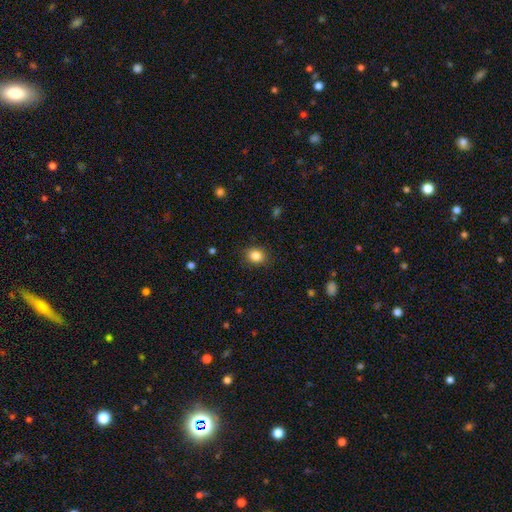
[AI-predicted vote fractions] Smooth or featured?
  - smooth: 85% *
  - star or artifact: 10%
  - featured or disk: 5%
How rounded?
  - round: 64% *
  - in between: 35%
  - cigar-shaped: 1%
Merging?
  - none: 88% *
  - minor disturbance: 9%
  - major disturbance: 3%
  - merger: 1%